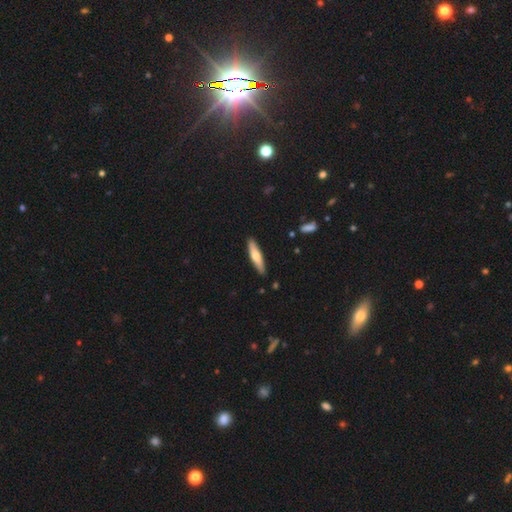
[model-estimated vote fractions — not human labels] The model was most divided on "smooth or featured": smooth: 59%, featured or disk: 35%, star or artifact: 5%. More confident: merging — none (88%); how rounded — cigar-shaped (80%).